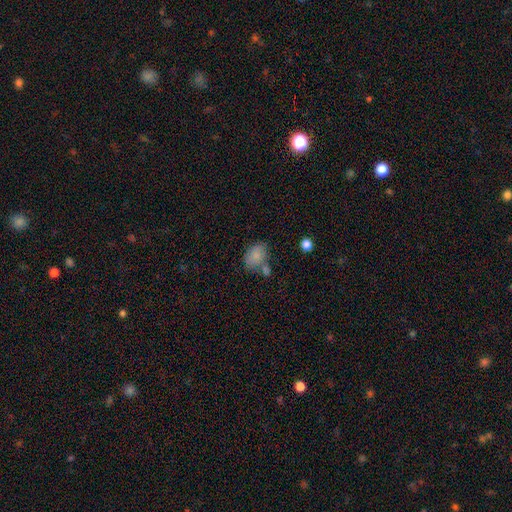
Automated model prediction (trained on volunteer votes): Q: Smooth or featured?
A: smooth (81%); runner-up: featured or disk (10%)
Q: How rounded?
A: in between (75%); runner-up: round (24%)
Q: Merging?
A: none (51%); runner-up: minor disturbance (20%)